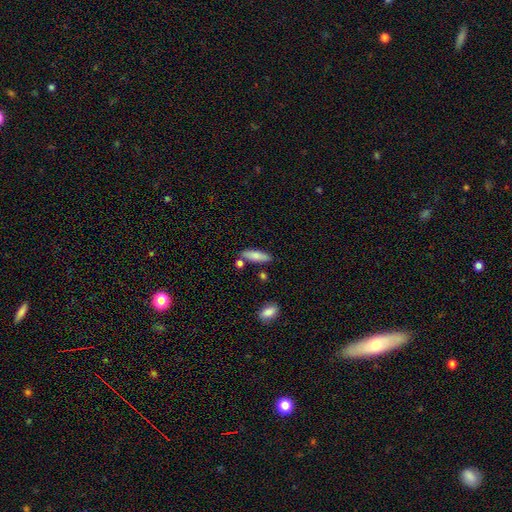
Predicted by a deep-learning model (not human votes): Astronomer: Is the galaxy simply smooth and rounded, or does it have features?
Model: smooth — 77%.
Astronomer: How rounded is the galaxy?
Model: in between — 52% (runner-up: cigar-shaped, 46%).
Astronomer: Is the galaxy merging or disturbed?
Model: none — 76%.